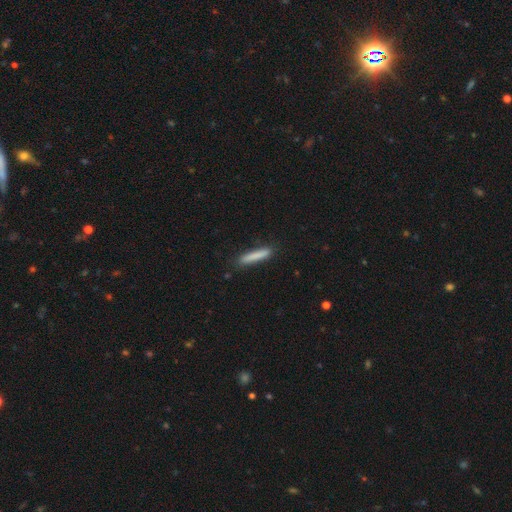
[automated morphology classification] smooth_or_featured: smooth (p=0.83) [alt: featured or disk p=0.11]
how_rounded: cigar-shaped (p=0.93) [alt: in between p=0.06]
merging: none (p=0.87) [alt: minor disturbance p=0.10]